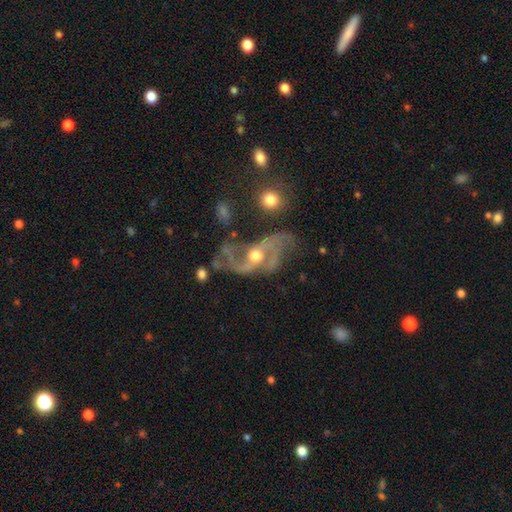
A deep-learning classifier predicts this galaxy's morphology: This is clearly a featured or disk galaxy (86%). It is clearly not viewed edge-on (95%). Bar: possibly no (58%). Spiral arm pattern: clearly yes (91%). Spiral arm count: likely 2 (74%). Spiral winding: possibly loose (58%). Central bulge: likely moderate (70%). Merging: marginally none (36%).